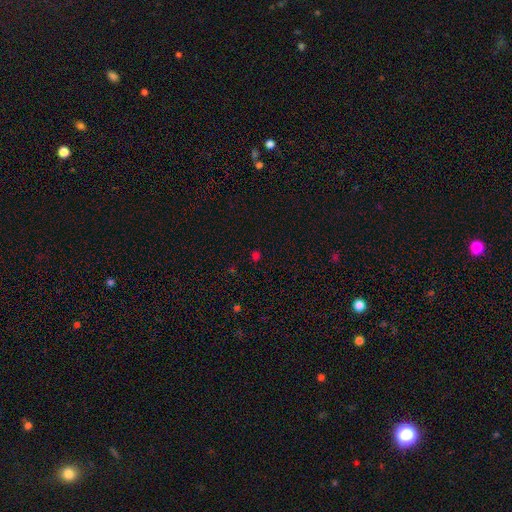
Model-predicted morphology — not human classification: A smooth galaxy with no disk features (58%) that is round (74%). Merging: none (83%).